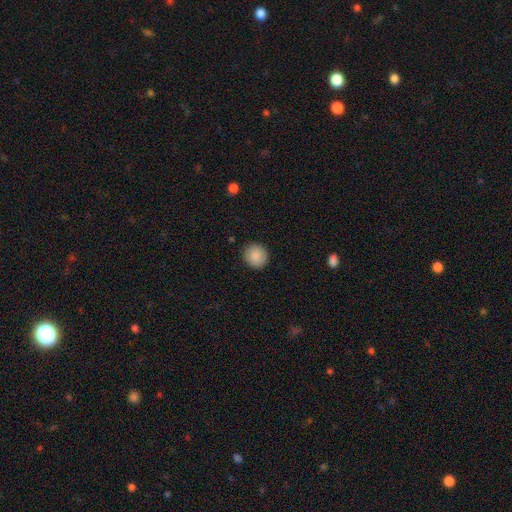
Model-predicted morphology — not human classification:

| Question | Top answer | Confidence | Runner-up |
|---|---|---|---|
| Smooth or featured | smooth | 88% | star or artifact (8%) |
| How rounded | round | 90% | in between (9%) |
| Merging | none | 91% | minor disturbance (6%) |